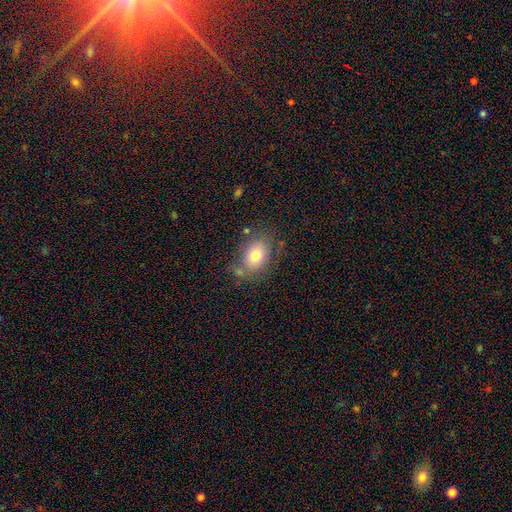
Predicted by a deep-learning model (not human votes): Q: Smooth or featured?
A: smooth (75%); runner-up: featured or disk (16%)
Q: How rounded?
A: in between (72%); runner-up: round (27%)
Q: Merging?
A: none (67%); runner-up: minor disturbance (19%)